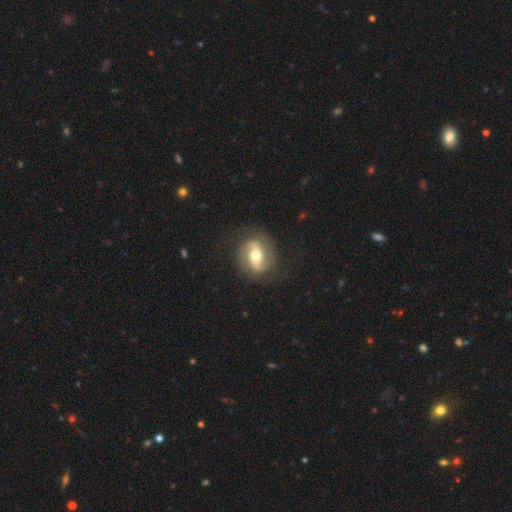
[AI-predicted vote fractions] Smooth or featured? Predicted: featured or disk (p=0.73). Edge-on disk? Predicted: no (p=0.95). Bar? Predicted: strong (p=0.43). Spiral arms? Predicted: yes (p=0.88). Spiral winding? Predicted: medium (p=0.44). Spiral arm count? Predicted: 2 (p=0.89). Bulge size? Predicted: moderate (p=0.66). Merging? Predicted: none (p=0.80).